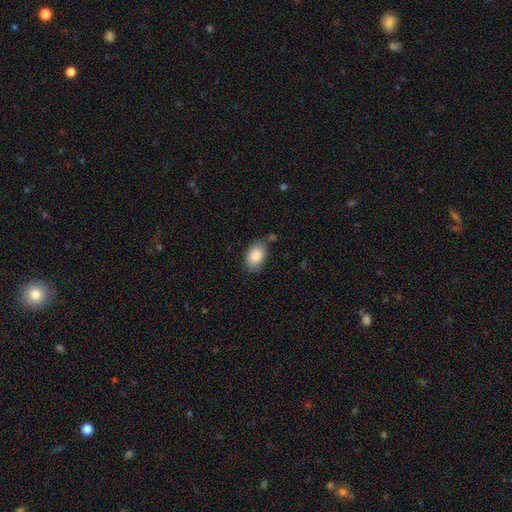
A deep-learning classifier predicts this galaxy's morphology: type=smooth (88%); roundness=in between (91%); merging=none (75%).